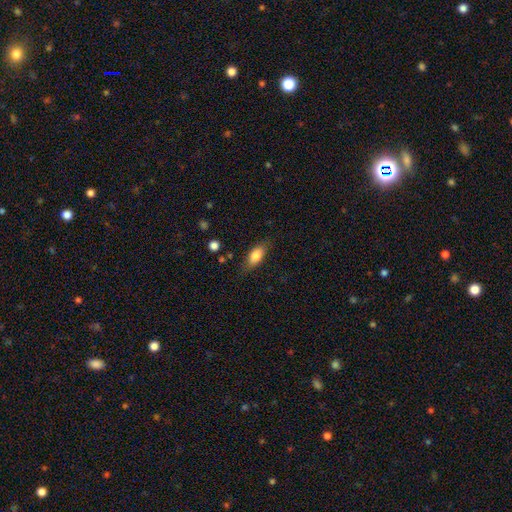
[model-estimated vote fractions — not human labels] Smooth or featured: smooth — 80% (featured or disk — 12%)
How rounded: in between — 85% (cigar-shaped — 12%)
Merging: none — 77% (minor disturbance — 16%)